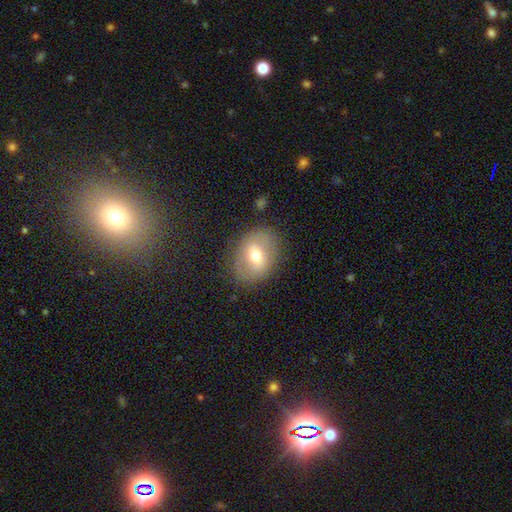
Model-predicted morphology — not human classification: Q: Smooth or featured?
A: smooth (55%); runner-up: featured or disk (37%)
Q: How rounded?
A: in between (57%); runner-up: round (42%)
Q: Merging?
A: none (79%); runner-up: minor disturbance (14%)